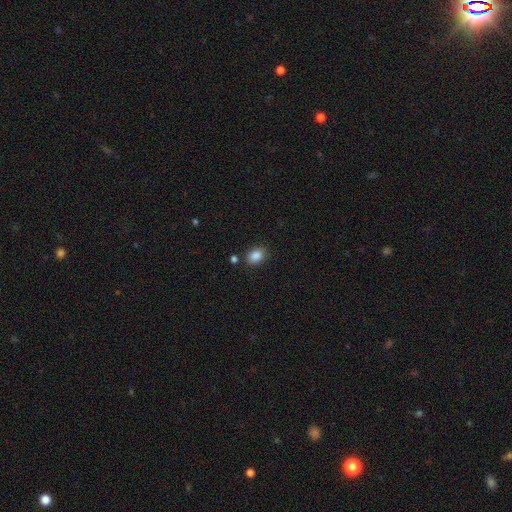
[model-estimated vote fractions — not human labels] The model was most divided on "how rounded": in between: 74%, round: 25%, cigar-shaped: 1%. More confident: smooth or featured — smooth (87%); merging — none (78%).